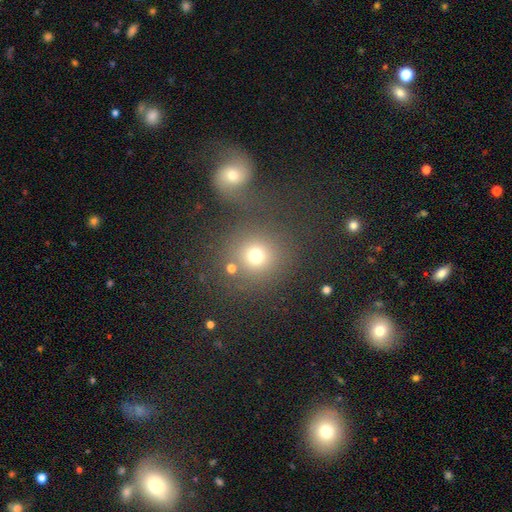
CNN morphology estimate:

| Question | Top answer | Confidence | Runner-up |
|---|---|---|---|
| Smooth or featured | smooth | 71% | star or artifact (19%) |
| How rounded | round | 90% | in between (9%) |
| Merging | none | 71% | merger (14%) |